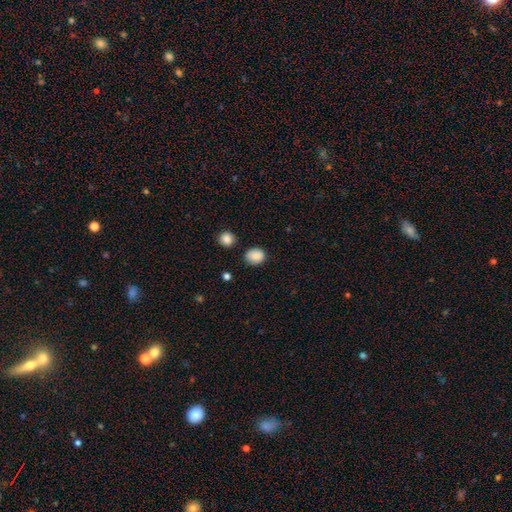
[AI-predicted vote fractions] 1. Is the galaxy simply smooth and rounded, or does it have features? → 87% smooth, 9% star or artifact, 4% featured or disk.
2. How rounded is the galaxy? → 58% round, 41% in between, 1% cigar-shaped.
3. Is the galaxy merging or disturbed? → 79% none, 15% minor disturbance, 3% major disturbance, 3% merger.